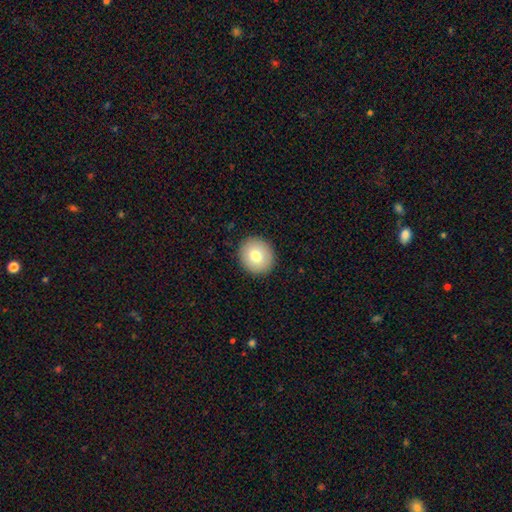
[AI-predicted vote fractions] Smooth or featured?
  - smooth: 77% *
  - featured or disk: 15%
  - star or artifact: 9%
How rounded?
  - round: 85% *
  - in between: 14%
  - cigar-shaped: 1%
Merging?
  - none: 91% *
  - minor disturbance: 6%
  - major disturbance: 2%
  - merger: 1%